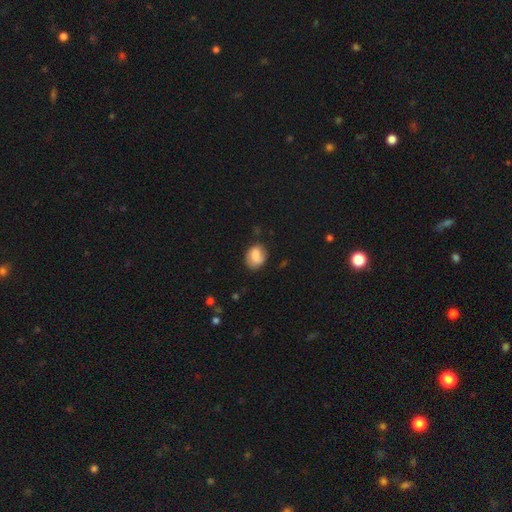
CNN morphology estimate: This appears to be a smooth galaxy with no disk features (73%) that is in between round and cigar-shaped (55%). Merging: none (63%).